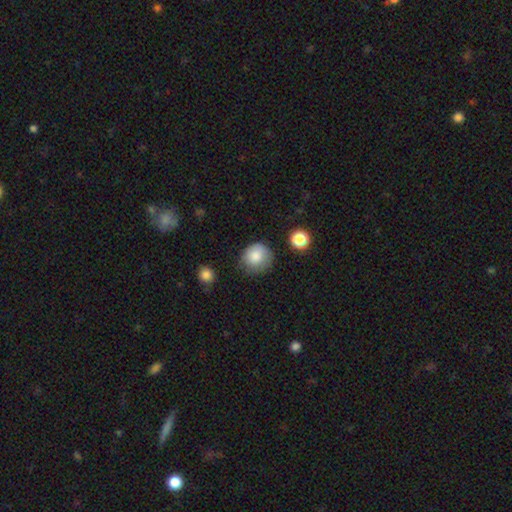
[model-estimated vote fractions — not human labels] smooth_or_featured: smooth (p=0.83) [alt: star or artifact p=0.09]
how_rounded: round (p=0.88) [alt: in between p=0.11]
merging: none (p=0.68) [alt: minor disturbance p=0.23]